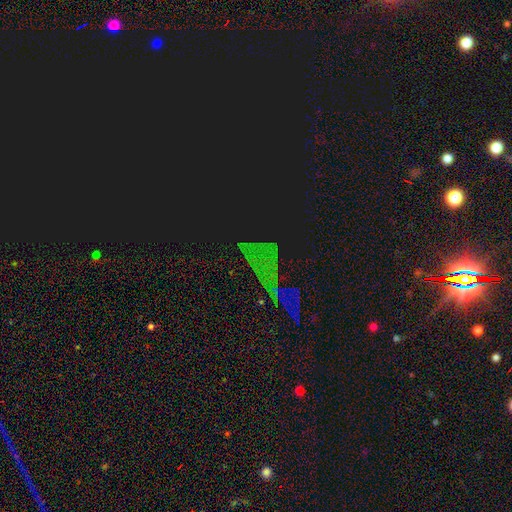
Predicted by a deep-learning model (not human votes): The model was most divided on "smooth or featured": star or artifact: 75%, smooth: 13%, featured or disk: 12%.